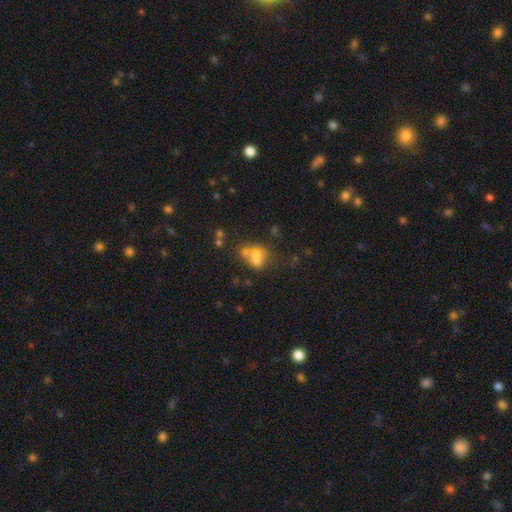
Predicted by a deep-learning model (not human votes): smooth_or_featured: smooth (p=0.55) [alt: featured or disk p=0.28]
how_rounded: in between (p=0.67) [alt: round p=0.30]
merging: none (p=0.31) [alt: merger p=0.29]